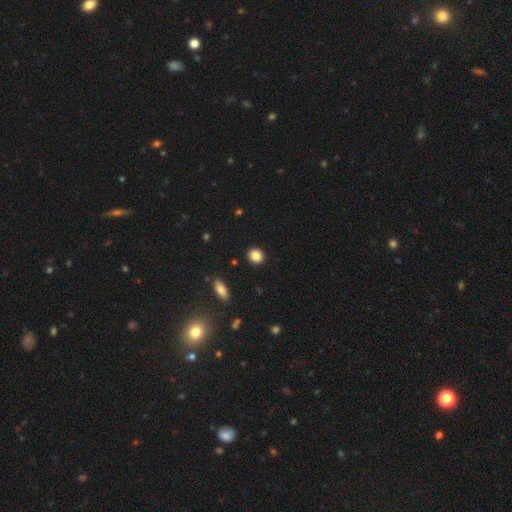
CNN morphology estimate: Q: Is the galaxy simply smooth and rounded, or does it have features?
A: smooth — 86%.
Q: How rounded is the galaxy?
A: round — 75%.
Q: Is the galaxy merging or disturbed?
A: none — 91%.